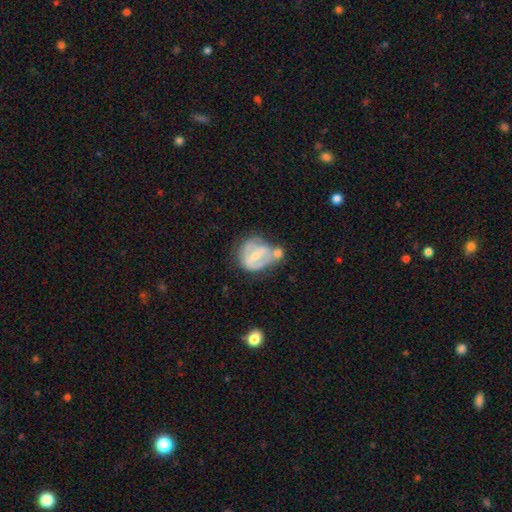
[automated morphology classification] A featured or disk galaxy (58%) with a weak bar (42%), no spiral arms (52%) and a small central bulge (49%). Merging: merger (40%).